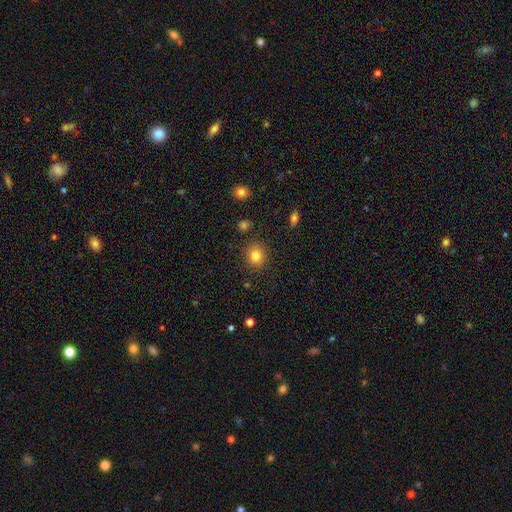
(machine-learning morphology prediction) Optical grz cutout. It shows a smooth galaxy with no disk features (83%) that is round (81%). Merging: none (88%).